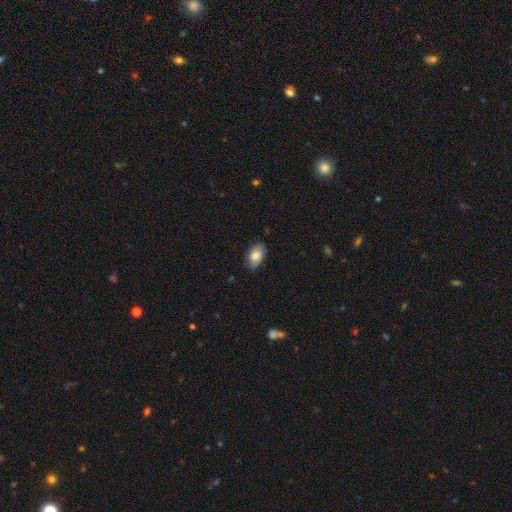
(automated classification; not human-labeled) smooth 84%, featured or disk 9%, star or artifact 7%. Down the decision tree: how rounded — in between (92%); merging — none (82%).